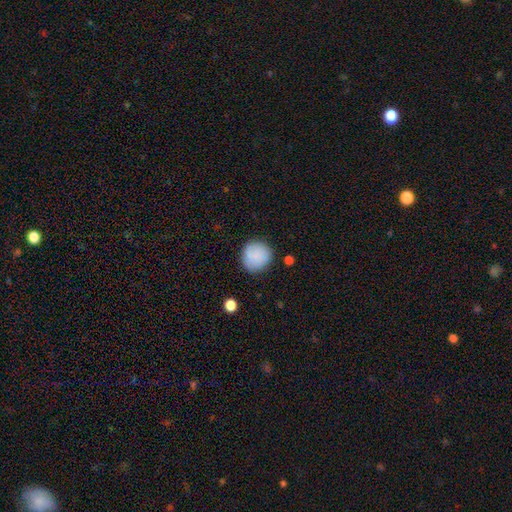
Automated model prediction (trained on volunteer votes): This appears to be a smooth galaxy with no disk features (87%) that is round (91%). Merging: none (84%).